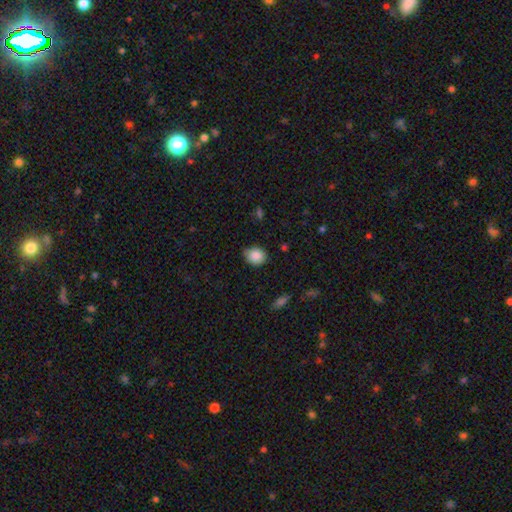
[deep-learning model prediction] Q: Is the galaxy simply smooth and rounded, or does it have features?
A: smooth — 87%.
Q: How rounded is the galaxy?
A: round — 66%.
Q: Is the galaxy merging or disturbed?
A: none — 73%.